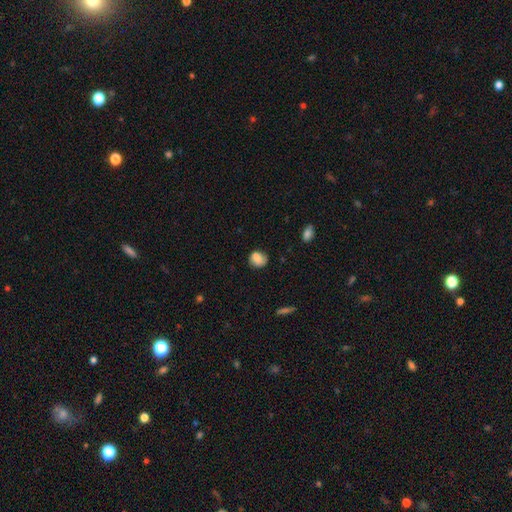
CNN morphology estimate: smooth 79%, featured or disk 12%, star or artifact 9%. Down the decision tree: how rounded — round (63%); merging — none (66%).